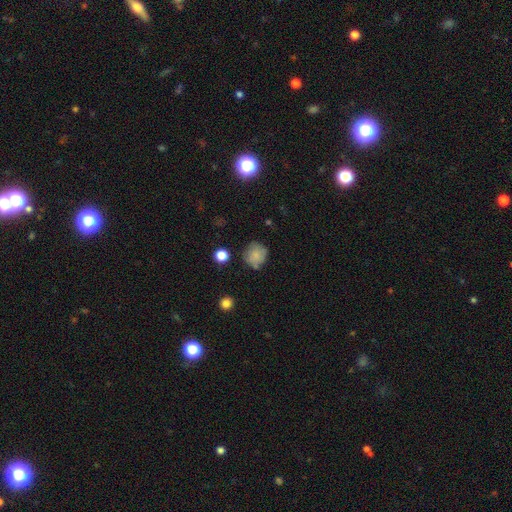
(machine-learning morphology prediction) This appears to be a smooth galaxy with no disk features (80%) that is round (88%). Merging: none (68%).